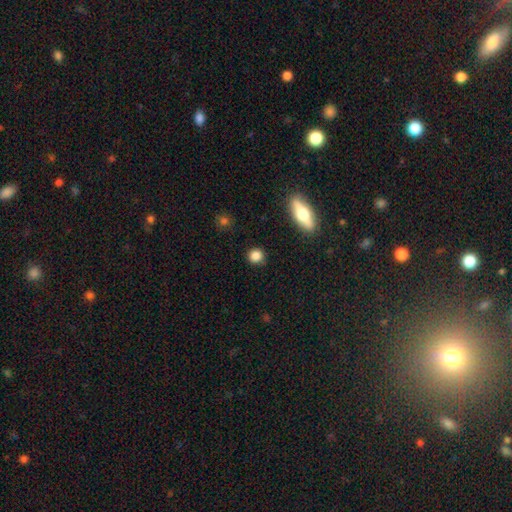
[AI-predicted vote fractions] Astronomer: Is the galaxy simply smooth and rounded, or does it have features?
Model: smooth — 84%.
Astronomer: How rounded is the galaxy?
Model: round — 85%.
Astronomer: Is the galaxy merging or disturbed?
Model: none — 87%.